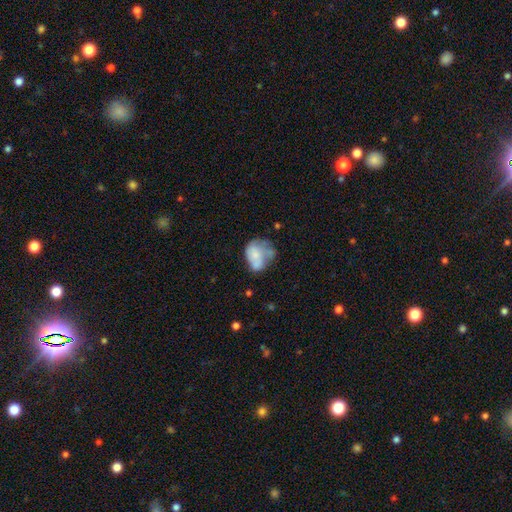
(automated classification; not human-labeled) smooth-or-featured: smooth: 58% | featured or disk: 33% | star or artifact: 9%
  how-rounded: in between: 62% | round: 37% | cigar-shaped: 1%
  merging: minor disturbance: 27% | major disturbance: 26% | none: 25% | merger: 21%